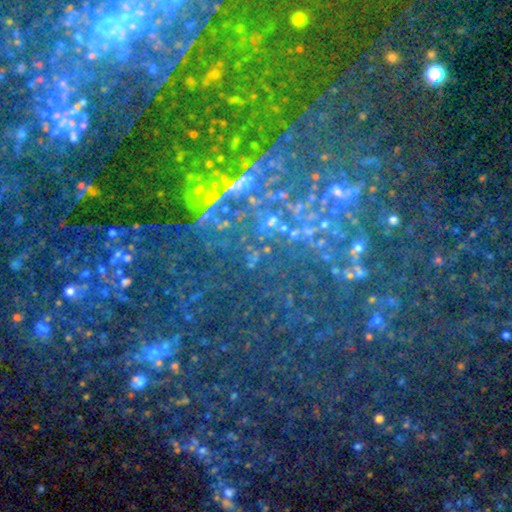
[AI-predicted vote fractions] Morphology: type=star or artifact (77%).